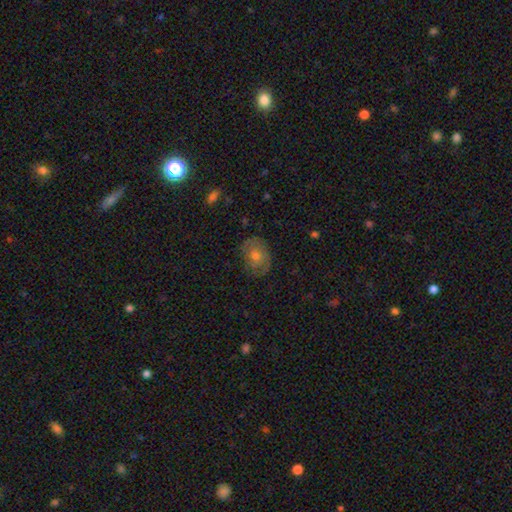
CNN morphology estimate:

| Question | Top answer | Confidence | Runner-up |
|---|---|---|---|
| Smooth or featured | featured or disk | 50% | smooth (39%) |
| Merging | none | 74% | minor disturbance (18%) |